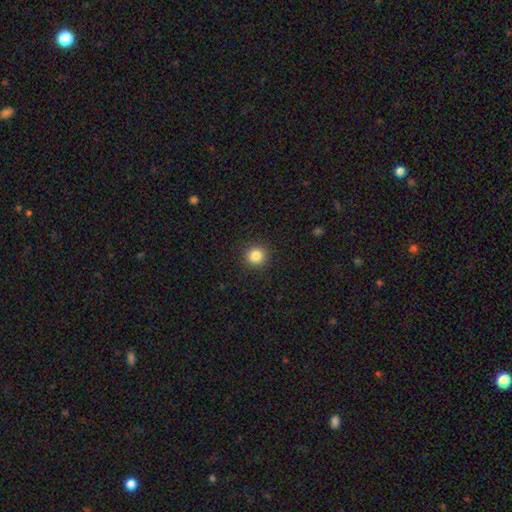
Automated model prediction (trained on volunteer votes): Overall: smooth (84%). How rounded: round (94%). Merging: none (92%).